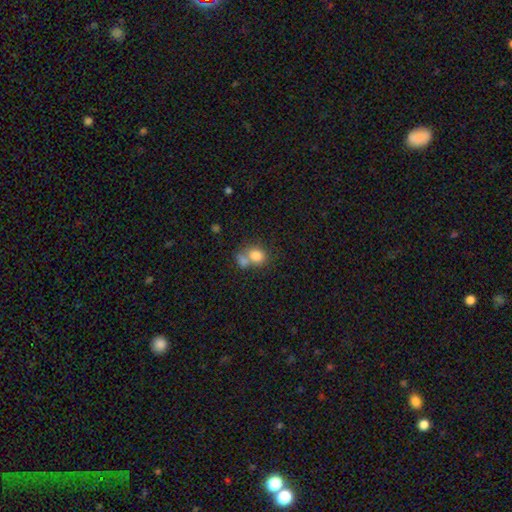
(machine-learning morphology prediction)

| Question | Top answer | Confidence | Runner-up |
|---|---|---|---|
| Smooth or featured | smooth | 80% | featured or disk (10%) |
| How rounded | round | 65% | in between (34%) |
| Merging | merger | 51% | none (36%) |